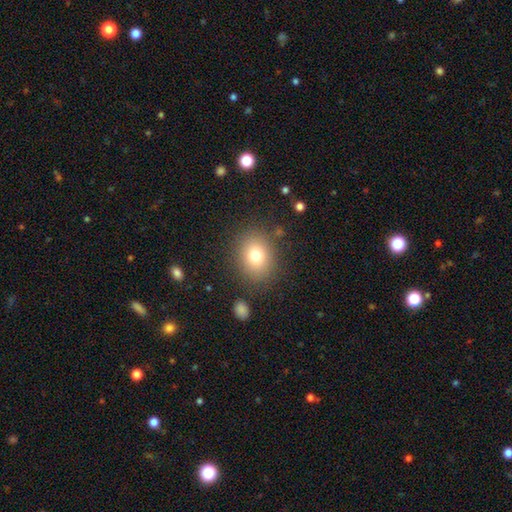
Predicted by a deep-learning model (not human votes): smooth 77%, star or artifact 12%, featured or disk 11%. Down the decision tree: how rounded — round (59%); merging — none (83%).